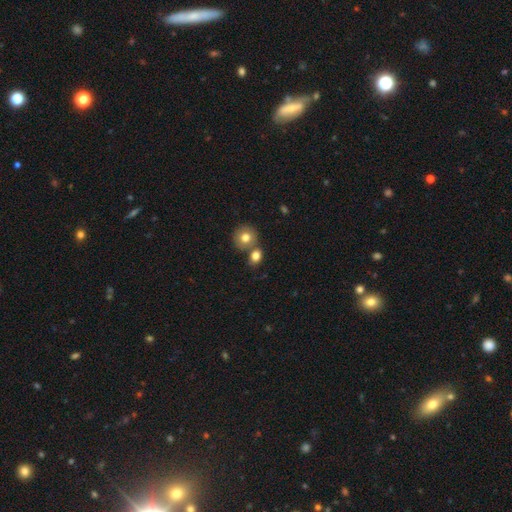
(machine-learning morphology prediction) A smooth galaxy with no disk features (79%) that is round (63%).

Vote fractions:
- Smooth or featured? smooth: 79% / featured or disk: 11% / star or artifact: 10%
- How rounded? round: 63% / in between: 35% / cigar-shaped: 1%
- Merging? none: 52% / merger: 34% / minor disturbance: 10% / major disturbance: 4%